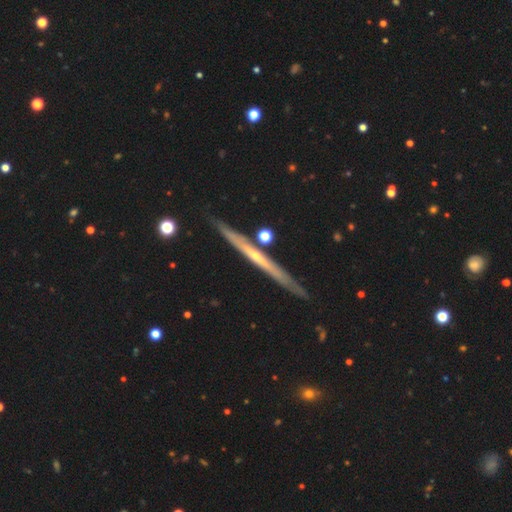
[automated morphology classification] type=featured or disk (75%); edge-on=yes (97%); edge-on bulge=none (62%); merging=none (87%).